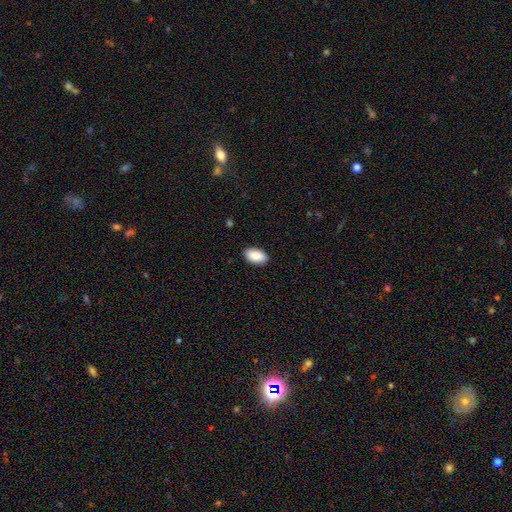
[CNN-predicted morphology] smooth-or-featured: smooth: 90% | star or artifact: 6% | featured or disk: 4%
  how-rounded: in between: 95% | round: 3% | cigar-shaped: 2%
  merging: none: 89% | minor disturbance: 8% | major disturbance: 2% | merger: 1%